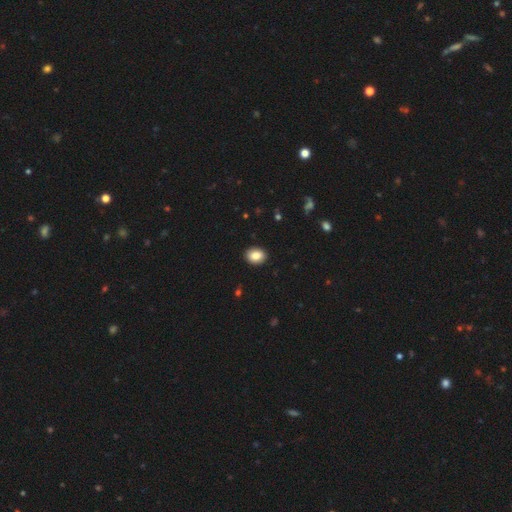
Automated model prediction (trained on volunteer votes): This is clearly a smooth galaxy (85%). How rounded: likely in between (61%). Merging: clearly none (92%).